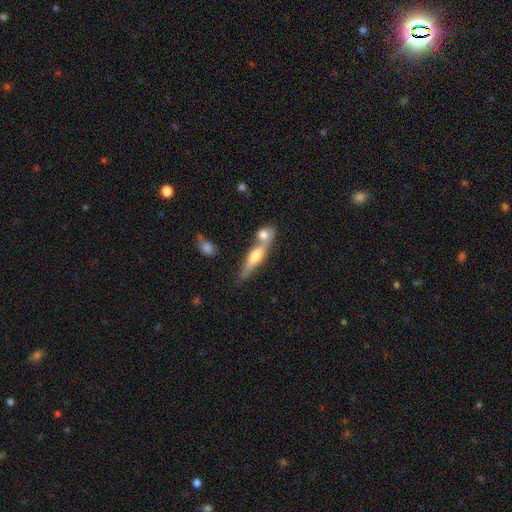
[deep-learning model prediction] Morphology: type=featured or disk (47%); merging=none (45%).